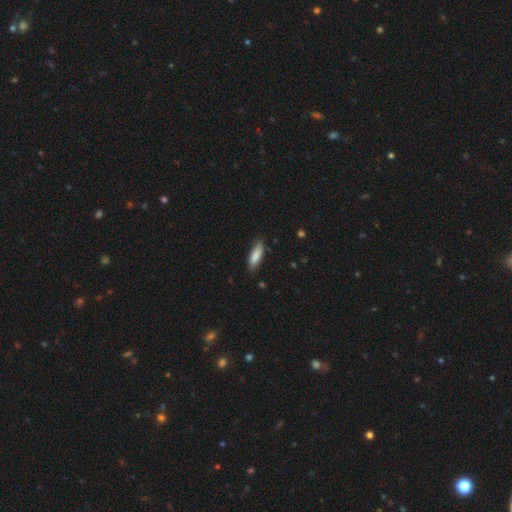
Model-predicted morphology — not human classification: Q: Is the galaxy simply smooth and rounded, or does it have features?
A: smooth — 83%.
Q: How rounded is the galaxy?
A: cigar-shaped — 54%.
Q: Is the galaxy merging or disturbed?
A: none — 79%.